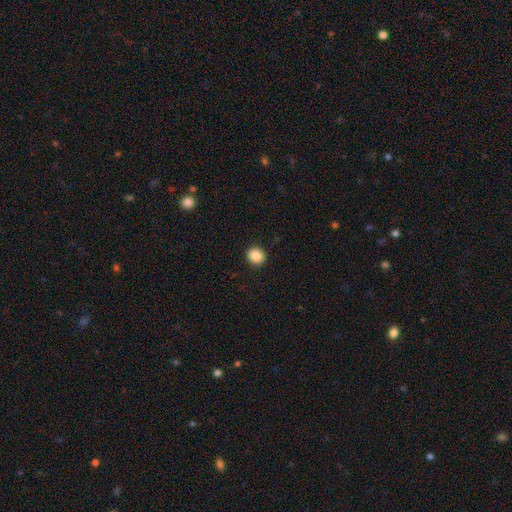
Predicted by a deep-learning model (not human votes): Q: Smooth or featured?
A: smooth (88%); runner-up: star or artifact (9%)
Q: How rounded?
A: round (76%); runner-up: in between (23%)
Q: Merging?
A: none (92%); runner-up: minor disturbance (5%)